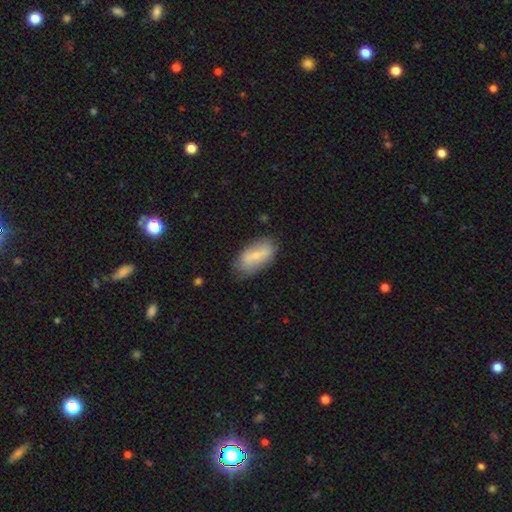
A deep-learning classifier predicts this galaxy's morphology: Smooth or featured?
  - smooth: 64% *
  - featured or disk: 29%
  - star or artifact: 7%
How rounded?
  - in between: 90% *
  - cigar-shaped: 7%
  - round: 3%
Merging?
  - none: 70% *
  - minor disturbance: 22%
  - major disturbance: 5%
  - merger: 3%